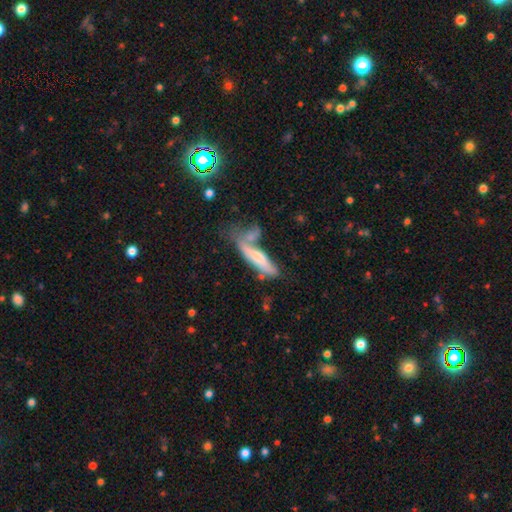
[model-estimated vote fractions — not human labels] Smooth or featured? smooth (55%)
How rounded? cigar-shaped (77%)
Merging? none (40%)